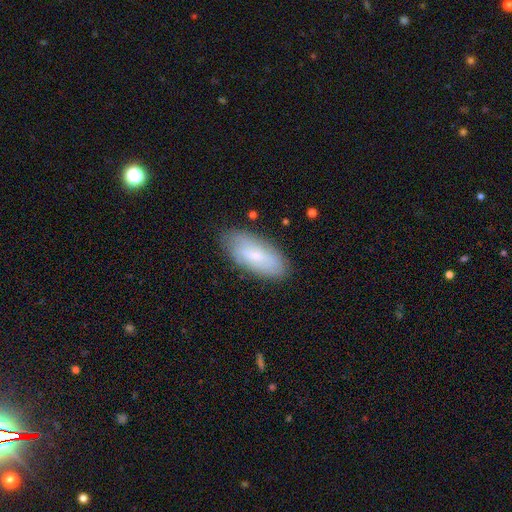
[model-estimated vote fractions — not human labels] Smooth or featured? smooth (65%)
How rounded? in between (84%)
Merging? none (80%)